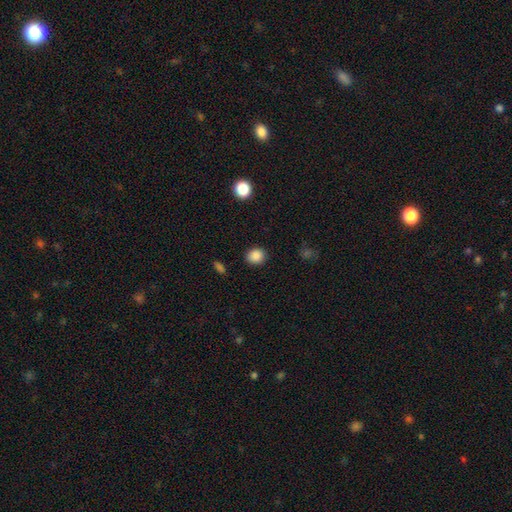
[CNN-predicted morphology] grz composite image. It shows a smooth galaxy with no disk features (87%) that is round (70%). Merging: none (89%).